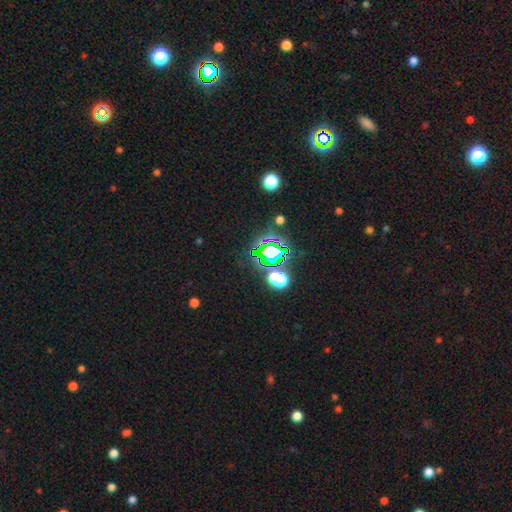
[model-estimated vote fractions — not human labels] smooth-or-featured: star or artifact: 79% | smooth: 14% | featured or disk: 7%